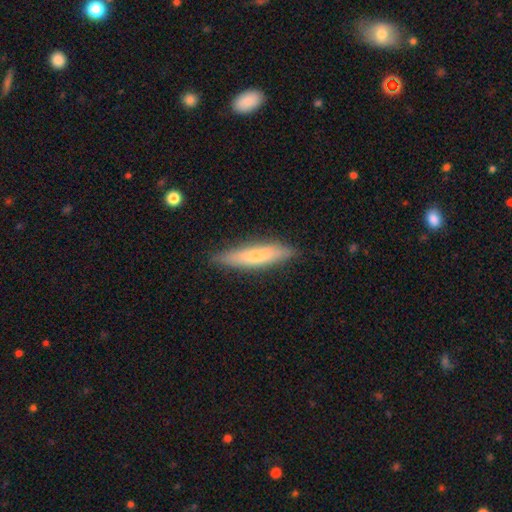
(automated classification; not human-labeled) smooth_or_featured: smooth (p=0.68) [alt: featured or disk p=0.26]
how_rounded: cigar-shaped (p=0.83) [alt: in between p=0.16]
merging: none (p=0.84) [alt: minor disturbance p=0.12]